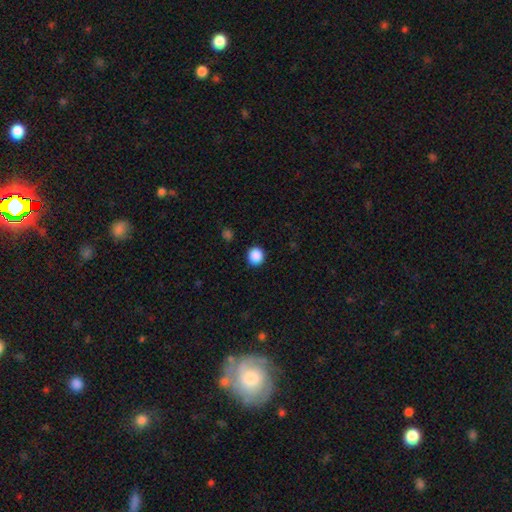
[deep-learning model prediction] This appears to be a smooth galaxy with no disk features (88%) that is round (93%). Merging: none (92%).